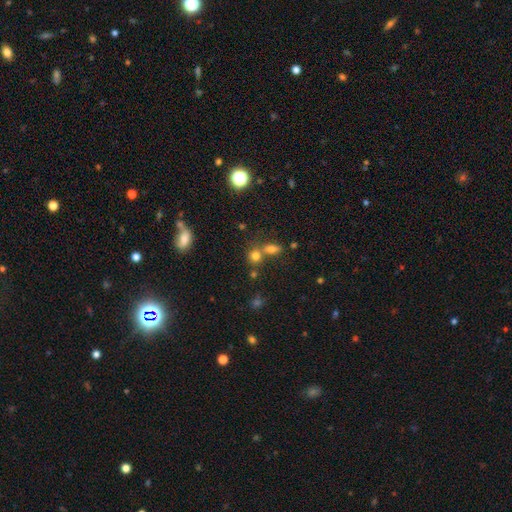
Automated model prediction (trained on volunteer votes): Smooth or featured? smooth (73%)
How rounded? round (68%)
Merging? none (49%)